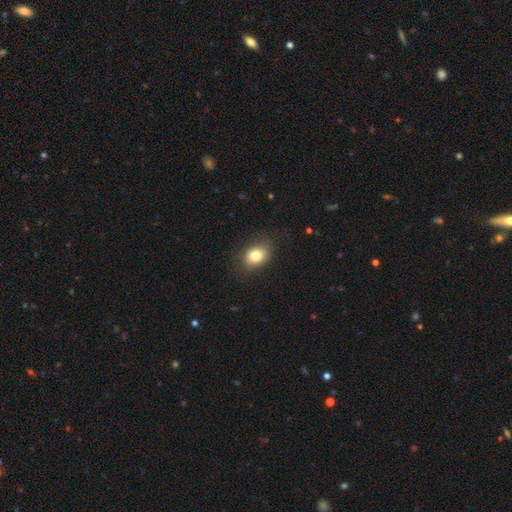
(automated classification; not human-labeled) A smooth galaxy with no disk features (80%) that is in between round and cigar-shaped (62%).

Vote fractions:
- Smooth or featured? smooth: 80% / featured or disk: 10% / star or artifact: 10%
- How rounded? in between: 62% / round: 37% / cigar-shaped: 1%
- Merging? none: 81% / minor disturbance: 13% / major disturbance: 4% / merger: 1%